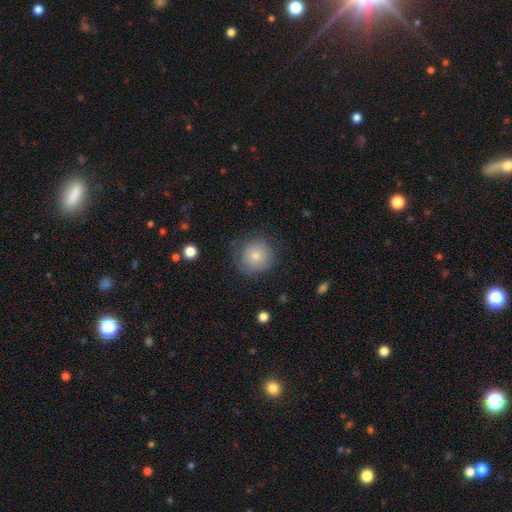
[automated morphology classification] The model was most divided on "merging": none: 80%, minor disturbance: 14%, major disturbance: 5%, merger: 1%. More confident: how rounded — round (92%); smooth or featured — smooth (80%).